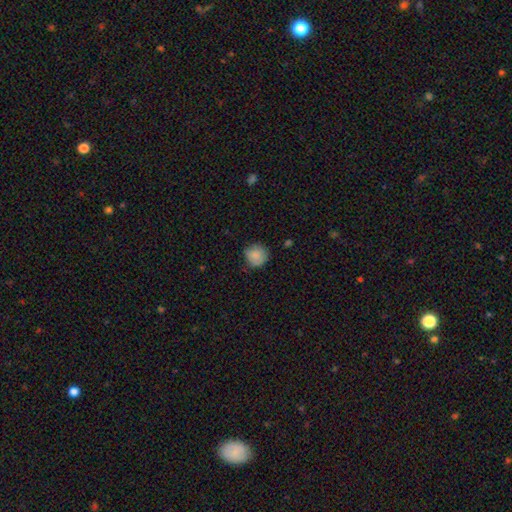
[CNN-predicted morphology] smooth 84%, star or artifact 8%, featured or disk 7%. Down the decision tree: how rounded — round (90%); merging — none (73%).